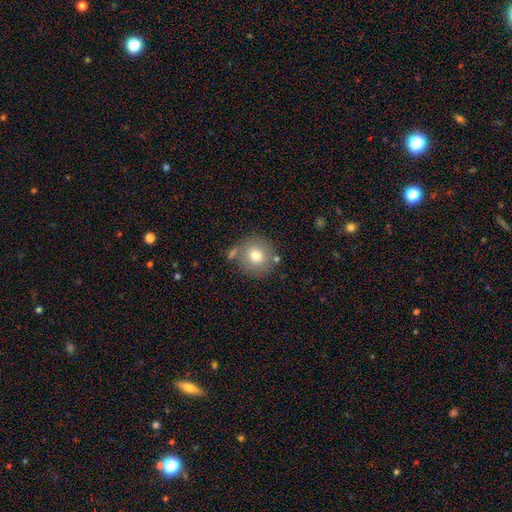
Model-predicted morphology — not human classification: A smooth galaxy with no disk features (74%) that is round (91%). Merging: none (74%).